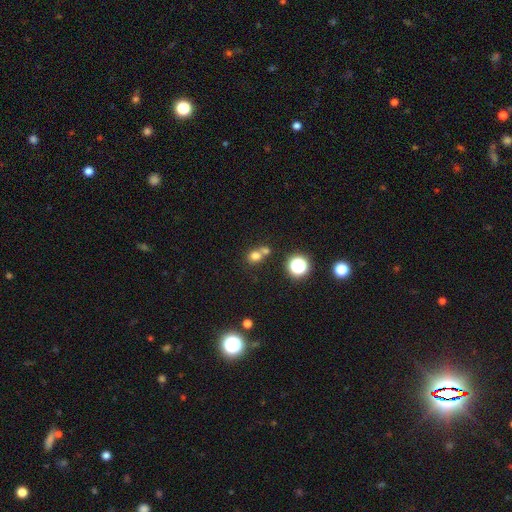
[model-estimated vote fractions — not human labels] Morphology: type=smooth (73%); roundness=round (74%); merging=none (46%).